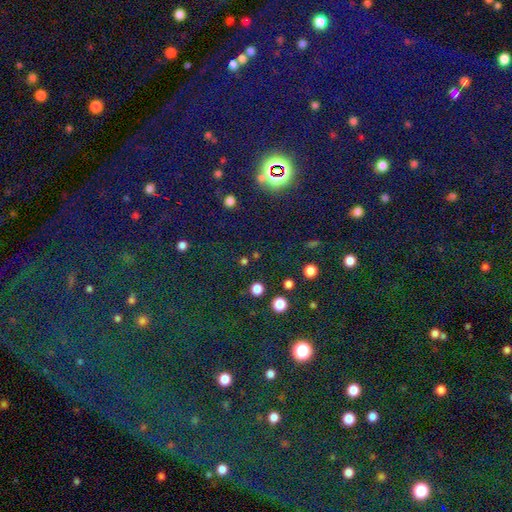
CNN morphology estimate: Smooth or featured? star or artifact (83%)